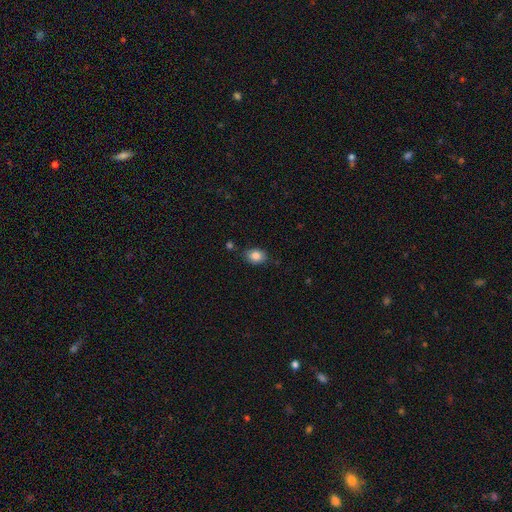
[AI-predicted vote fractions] Smooth or featured?
  - smooth: 85% *
  - star or artifact: 9%
  - featured or disk: 6%
How rounded?
  - in between: 68% *
  - round: 31%
  - cigar-shaped: 1%
Merging?
  - none: 79% *
  - minor disturbance: 15%
  - merger: 4%
  - major disturbance: 3%